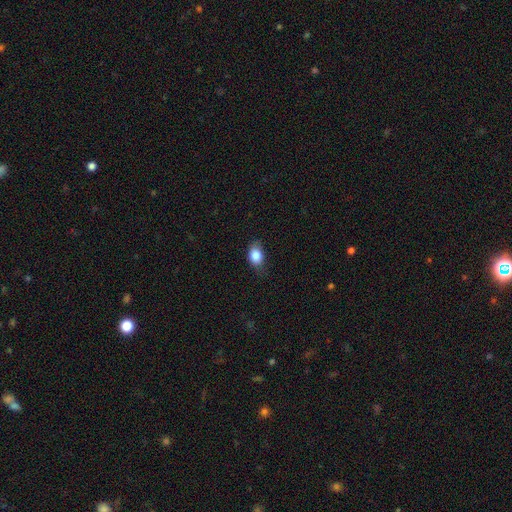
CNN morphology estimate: Smooth or featured? Predicted: smooth (p=0.84). How rounded? Predicted: in between (p=0.73). Merging? Predicted: none (p=0.68).